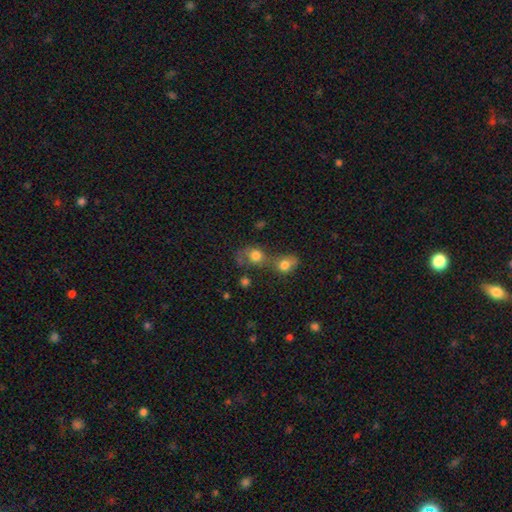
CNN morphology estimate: A smooth galaxy with no disk features (76%) that is round (71%). Merging: merger (53%).